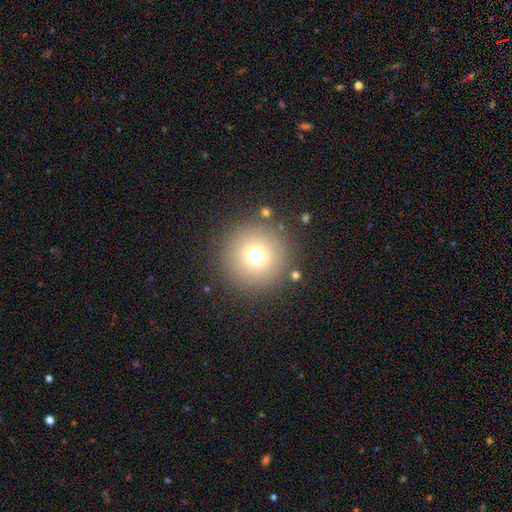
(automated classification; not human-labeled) This is likely a smooth galaxy (73%). How rounded: clearly round (97%). Merging: clearly none (89%).